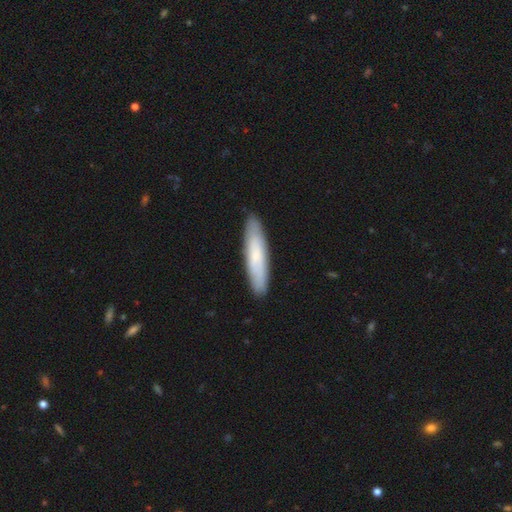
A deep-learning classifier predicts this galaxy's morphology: Smooth or featured: smooth — 67% (featured or disk — 27%)
How rounded: cigar-shaped — 83% (in between — 15%)
Merging: none — 89% (minor disturbance — 8%)